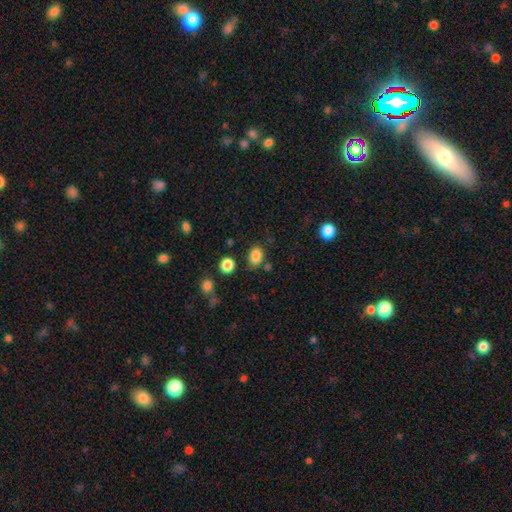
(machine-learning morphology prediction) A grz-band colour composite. It shows a smooth galaxy with no disk features (85%) that is in between round and cigar-shaped (72%). Merging: none (75%).